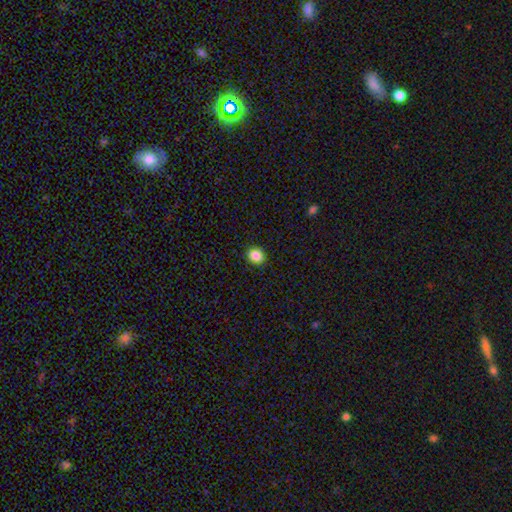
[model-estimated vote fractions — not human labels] Smooth or featured?
  - smooth: 86% *
  - star or artifact: 10%
  - featured or disk: 4%
How rounded?
  - round: 70% *
  - in between: 29%
  - cigar-shaped: 1%
Merging?
  - none: 91% *
  - minor disturbance: 6%
  - major disturbance: 2%
  - merger: 1%